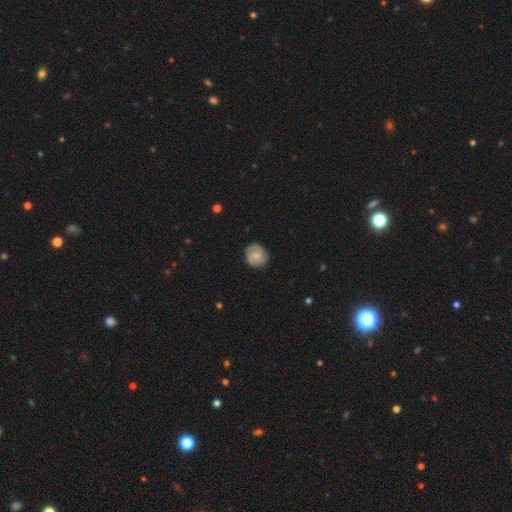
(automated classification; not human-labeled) The model was most divided on "spiral winding": medium: 44%, tight: 42%, loose: 14%. Remaining: edge-on disk — no (98%); spiral arms — yes (92%); merging — none (84%); spiral arm count — 2 (81%); smooth or featured — featured or disk (60%); bar — weak (48%); bulge size — small (47%).